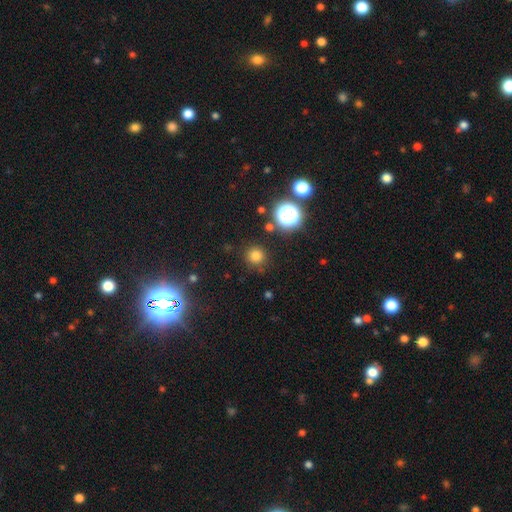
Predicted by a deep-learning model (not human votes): A smooth galaxy with no disk features (77%) that is round (94%).

Vote fractions:
- Smooth or featured? smooth: 77% / star or artifact: 18% / featured or disk: 5%
- How rounded? round: 94% / in between: 5% / cigar-shaped: 1%
- Merging? none: 87% / minor disturbance: 7% / major disturbance: 3% / merger: 3%